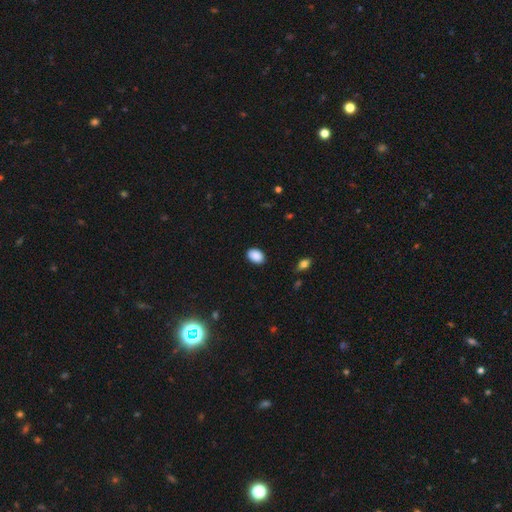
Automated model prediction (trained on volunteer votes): Overall: smooth (90%). How rounded: in between (82%). Merging: none (87%).